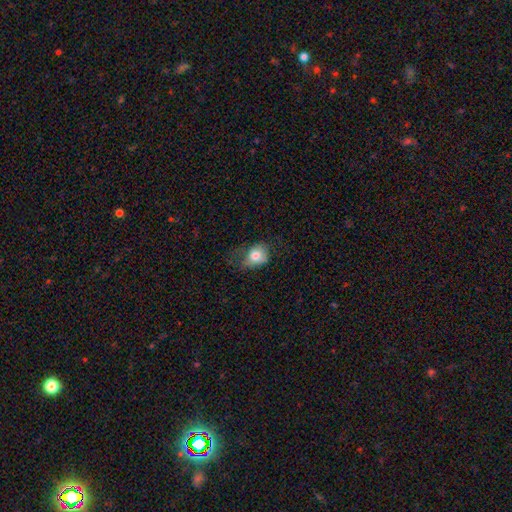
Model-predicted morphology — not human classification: smooth 77%, featured or disk 14%, star or artifact 9%. Down the decision tree: how rounded — in between (58%); merging — none (36%, tied with minor disturbance).